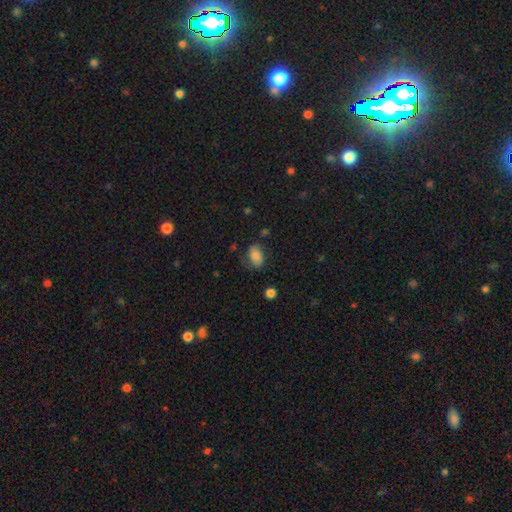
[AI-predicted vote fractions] smooth-or-featured: smooth: 79% | featured or disk: 12% | star or artifact: 9%
  how-rounded: in between: 86% | round: 12% | cigar-shaped: 2%
  merging: none: 67% | minor disturbance: 23% | major disturbance: 8% | merger: 2%